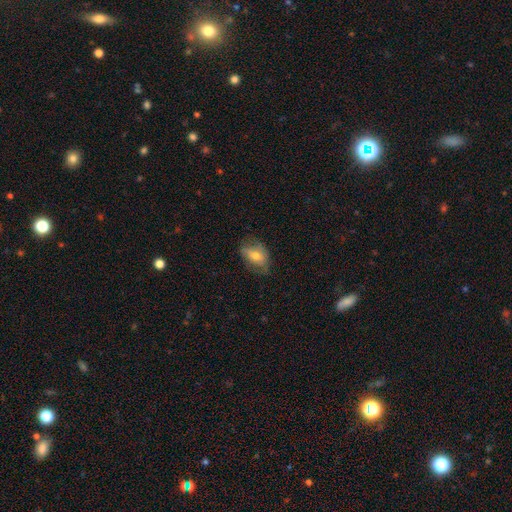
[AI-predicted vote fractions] Smooth or featured: smooth — 60% (featured or disk — 32%)
How rounded: in between — 82% (round — 15%)
Merging: none — 61% (minor disturbance — 27%)